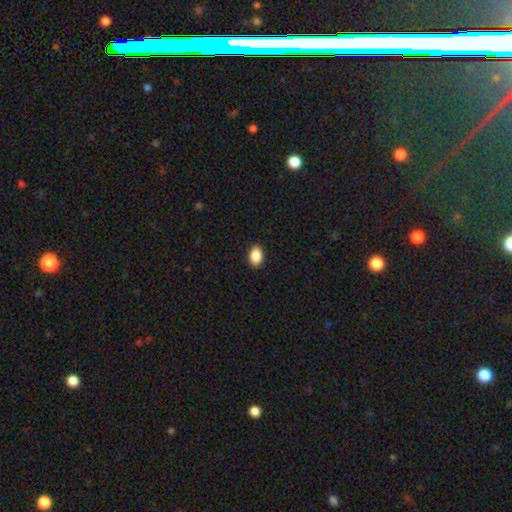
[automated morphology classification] This is clearly a smooth galaxy (89%). How rounded: clearly in between (85%). Merging: clearly none (91%).